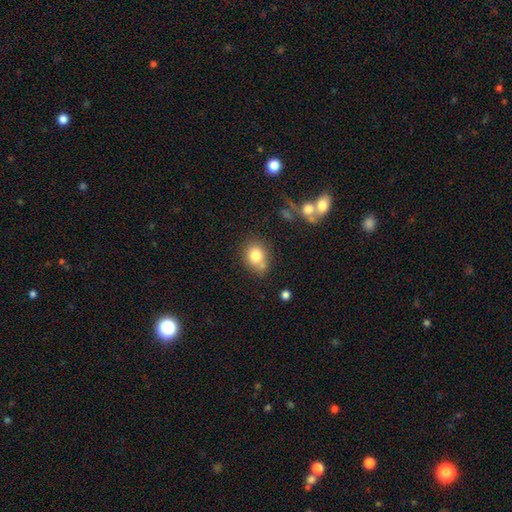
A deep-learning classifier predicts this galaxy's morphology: Overall: smooth (79%). How rounded: round (56%; in between 43%). Merging: none (59%; minor disturbance 20%).